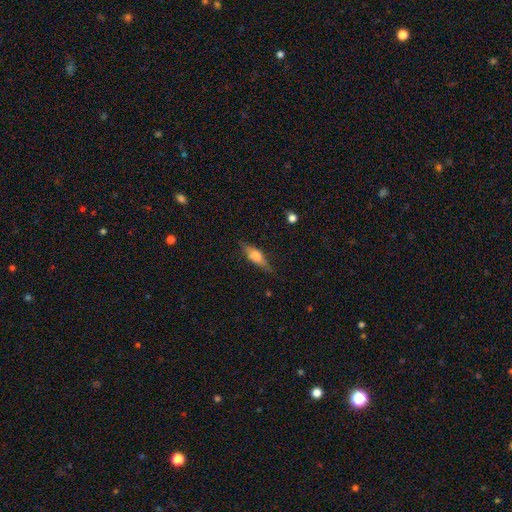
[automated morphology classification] Overall: featured or disk (49%; smooth 44%). Merging: none (79%).